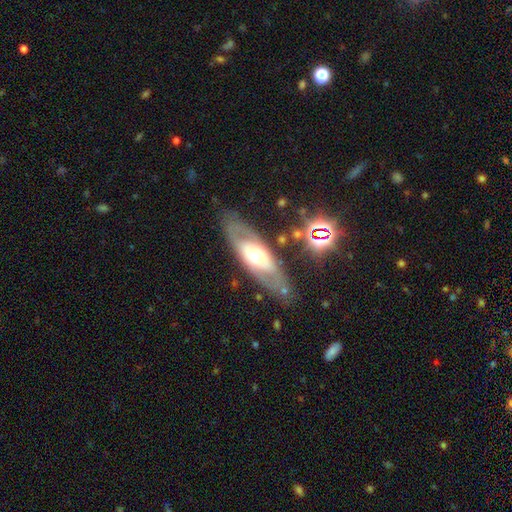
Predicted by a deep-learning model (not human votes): Smooth or featured? featured or disk (63%)
Edge-on disk? no (76%)
Merging? none (79%)